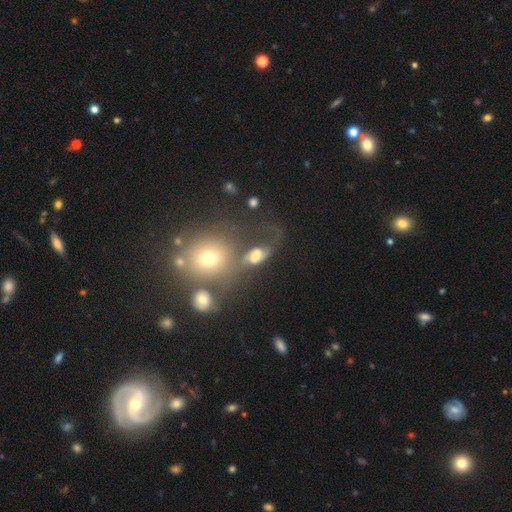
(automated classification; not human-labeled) smooth_or_featured: smooth (p=0.48) [alt: featured or disk p=0.39]
merging: major disturbance (p=0.30) [alt: none p=0.28]